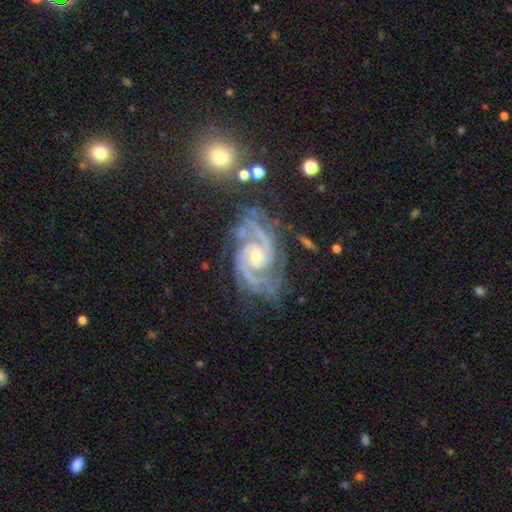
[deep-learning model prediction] A featured or disk galaxy (92%) with no bar (59%), 2 (64%) tight (53%) spiral arms (99%) and a small central bulge (53%). Merging: none (66%).